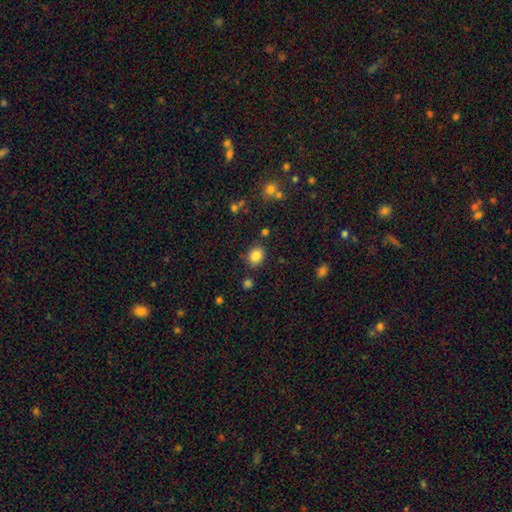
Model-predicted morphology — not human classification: This is clearly a smooth galaxy (84%). How rounded: possibly round (54%). Merging: clearly none (82%).